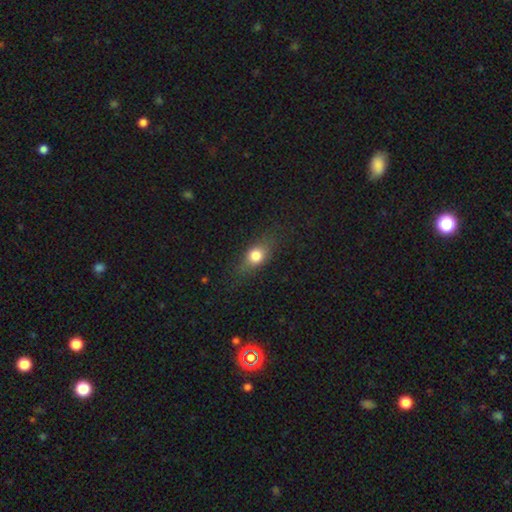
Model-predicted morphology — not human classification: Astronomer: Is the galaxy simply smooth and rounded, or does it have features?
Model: smooth — 73%.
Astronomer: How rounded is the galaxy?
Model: in between — 58%.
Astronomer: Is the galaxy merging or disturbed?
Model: none — 74%.